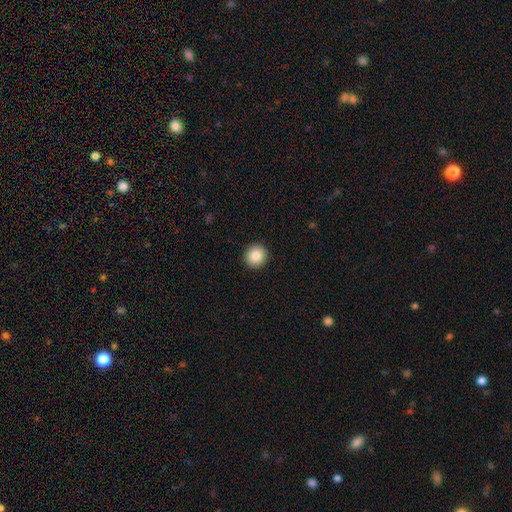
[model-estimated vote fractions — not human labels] This is clearly a smooth galaxy (86%). How rounded: clearly round (94%). Merging: clearly none (93%).